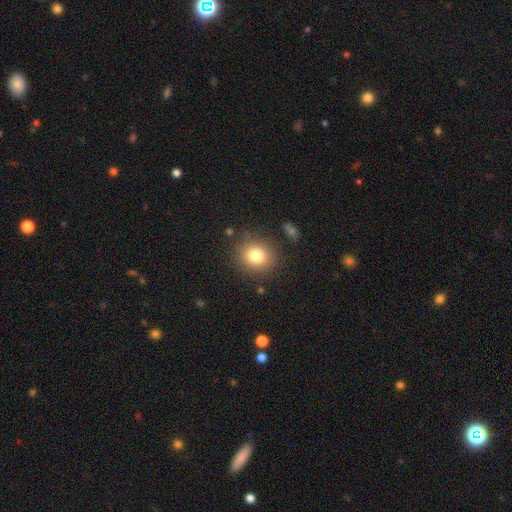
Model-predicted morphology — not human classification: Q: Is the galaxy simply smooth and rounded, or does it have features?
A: smooth — 80%.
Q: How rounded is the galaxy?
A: round — 82%.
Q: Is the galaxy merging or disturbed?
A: none — 85%.